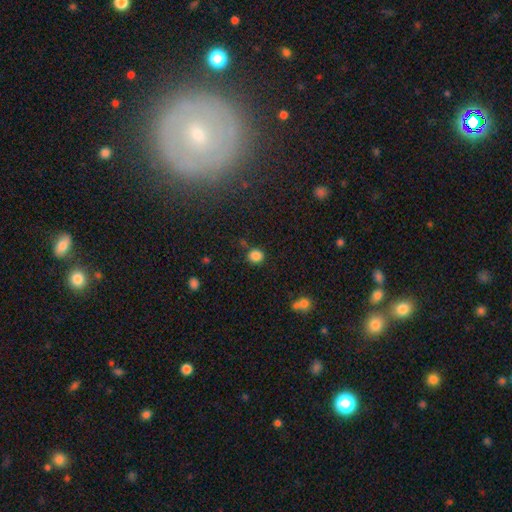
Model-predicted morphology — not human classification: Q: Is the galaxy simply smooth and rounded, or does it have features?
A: smooth — 85%.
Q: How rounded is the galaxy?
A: round — 81%.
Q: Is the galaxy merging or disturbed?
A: none — 76%.